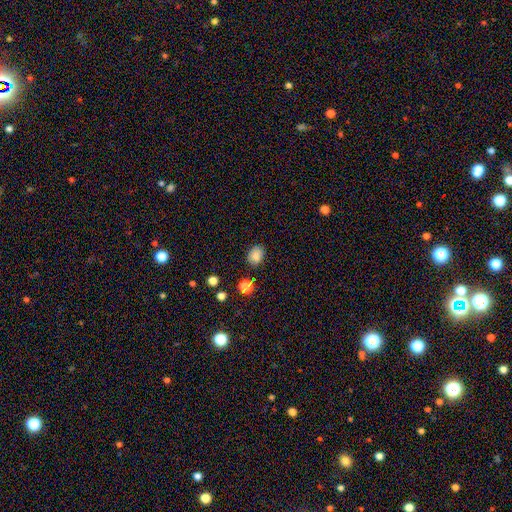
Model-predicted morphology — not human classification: type=smooth (82%); roundness=in between (59%); merging=none (78%).